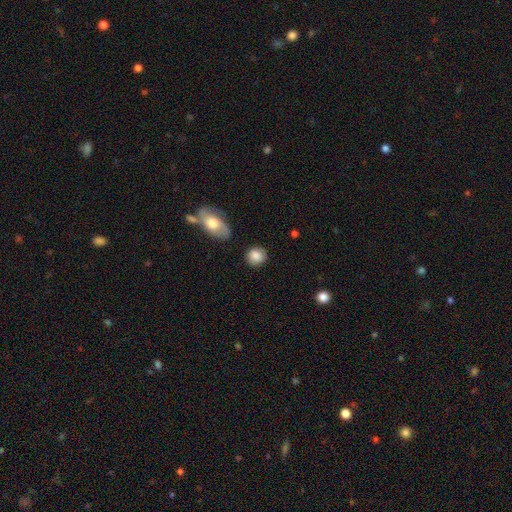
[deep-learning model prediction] smooth_or_featured: smooth (p=0.85) [alt: featured or disk p=0.08]
how_rounded: round (p=0.81) [alt: in between p=0.17]
merging: none (p=0.83) [alt: minor disturbance p=0.10]